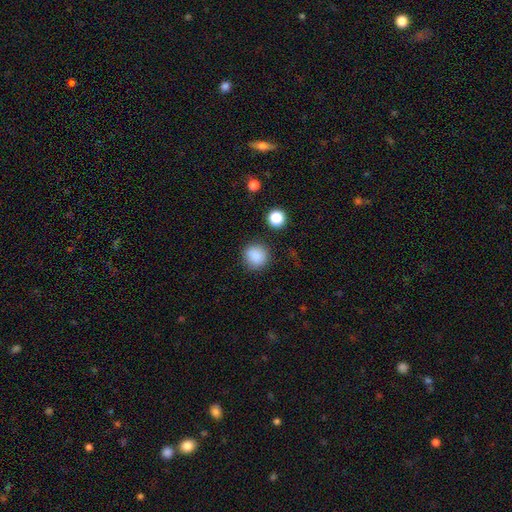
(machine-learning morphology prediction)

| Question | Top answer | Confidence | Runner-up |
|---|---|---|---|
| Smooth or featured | smooth | 86% | star or artifact (10%) |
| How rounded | round | 90% | in between (9%) |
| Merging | none | 86% | minor disturbance (9%) |